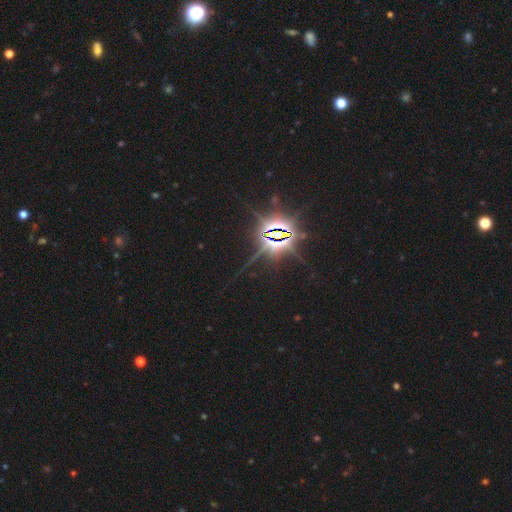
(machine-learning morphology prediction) The model was most divided on "smooth or featured": star or artifact: 85%, smooth: 9%, featured or disk: 6%.